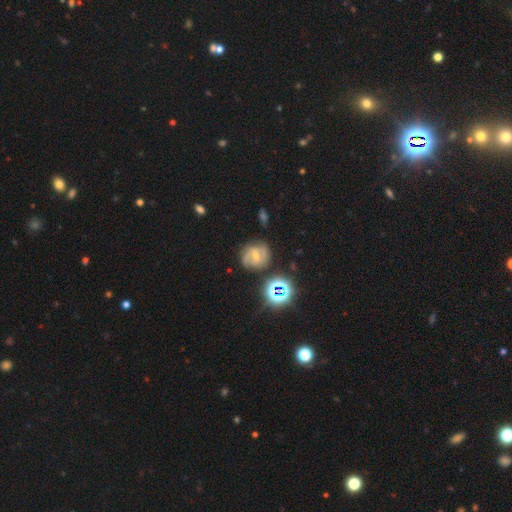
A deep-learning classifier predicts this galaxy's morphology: Overall: featured or disk (64%). Edge-on disk: no (97%). Bar: weak (49%; no 28%). Spiral arms: yes (85%). Spiral arm count: 2 (63%). Spiral winding: tight (43%; medium 42%). Bulge size: moderate (49%; small 45%). Merging: none (71%).